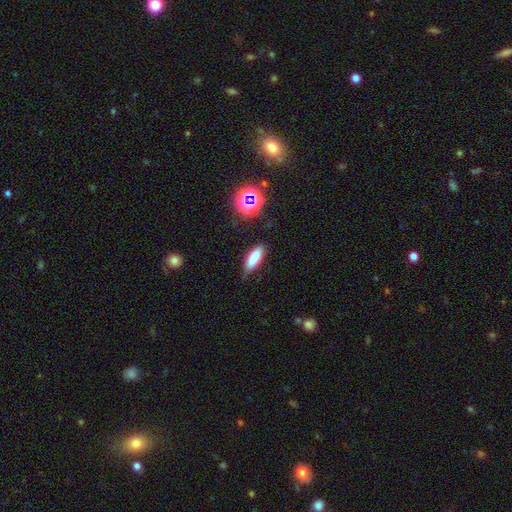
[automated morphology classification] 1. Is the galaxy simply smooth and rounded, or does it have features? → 80% smooth, 11% star or artifact, 9% featured or disk.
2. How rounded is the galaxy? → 63% in between, 35% cigar-shaped, 3% round.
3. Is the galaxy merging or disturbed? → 76% none, 18% minor disturbance, 4% major disturbance, 2% merger.